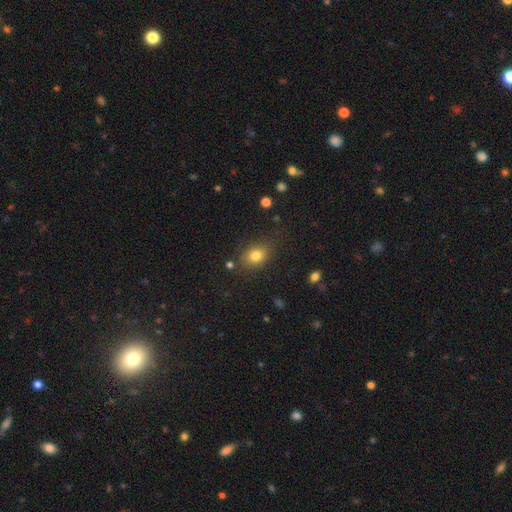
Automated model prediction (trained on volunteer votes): The model was most divided on "how rounded": in between: 65%, round: 34%, cigar-shaped: 1%. More confident: smooth or featured — smooth (79%); merging — none (78%).